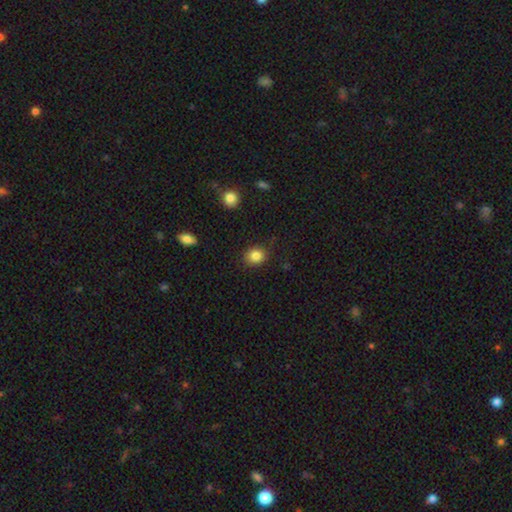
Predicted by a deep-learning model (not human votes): smooth_or_featured: smooth (p=0.85) [alt: star or artifact p=0.10]
how_rounded: round (p=0.74) [alt: in between p=0.25]
merging: none (p=0.86) [alt: minor disturbance p=0.10]